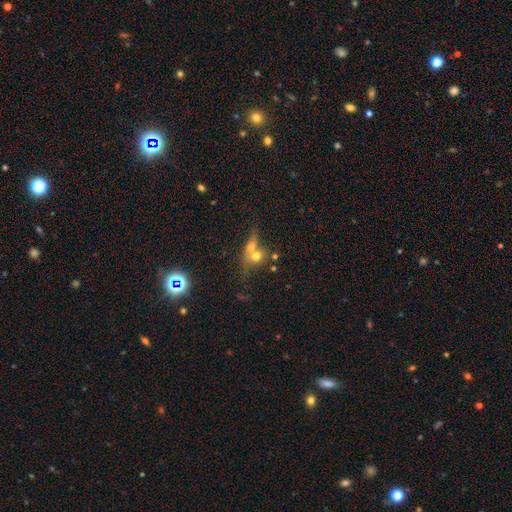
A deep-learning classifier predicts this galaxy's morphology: smooth 62%, featured or disk 25%, star or artifact 13%. Down the decision tree: how rounded — round (60%); merging — merger (62%).